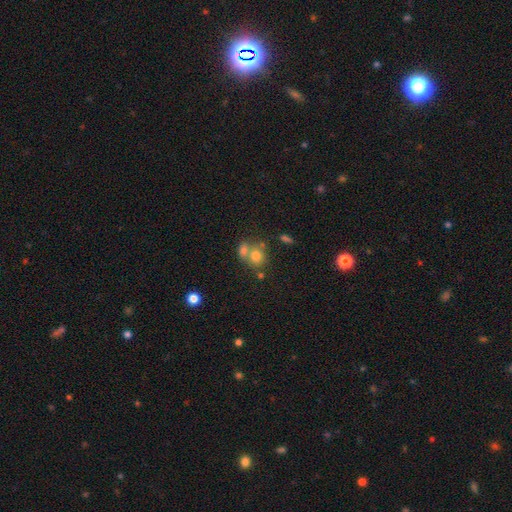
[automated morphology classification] Smooth or featured? smooth (74%)
How rounded? round (68%)
Merging? merger (51%)